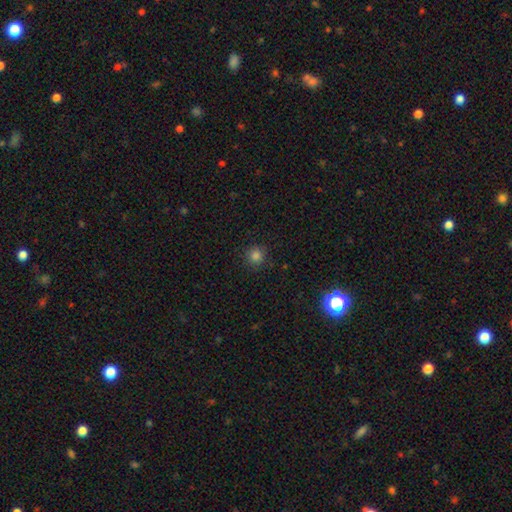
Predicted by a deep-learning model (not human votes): A smooth galaxy with no disk features (82%) that is round (92%).

Vote fractions:
- Smooth or featured? smooth: 82% / star or artifact: 14% / featured or disk: 4%
- How rounded? round: 92% / in between: 7% / cigar-shaped: 1%
- Merging? none: 89% / minor disturbance: 8% / major disturbance: 2% / merger: 1%